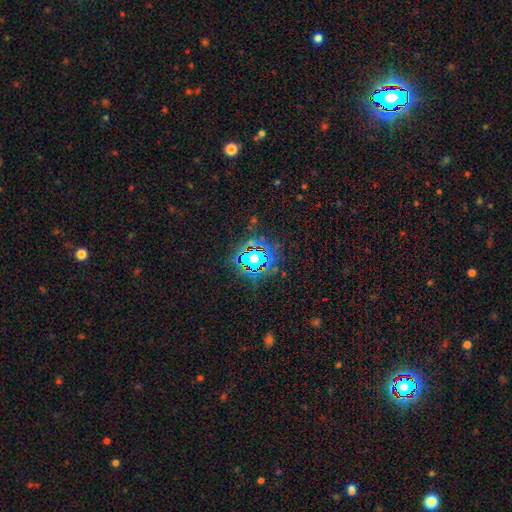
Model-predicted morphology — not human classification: Smooth or featured? star or artifact (71%)